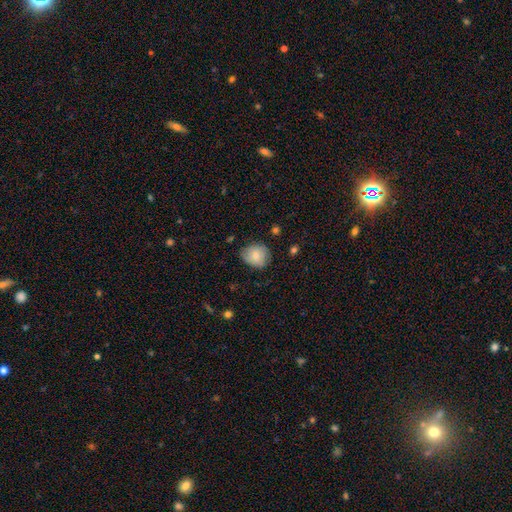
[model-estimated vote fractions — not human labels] smooth-or-featured: smooth: 80% | featured or disk: 13% | star or artifact: 8%
  how-rounded: round: 69% | in between: 31% | cigar-shaped: 1%
  merging: none: 73% | minor disturbance: 21% | major disturbance: 4% | merger: 1%